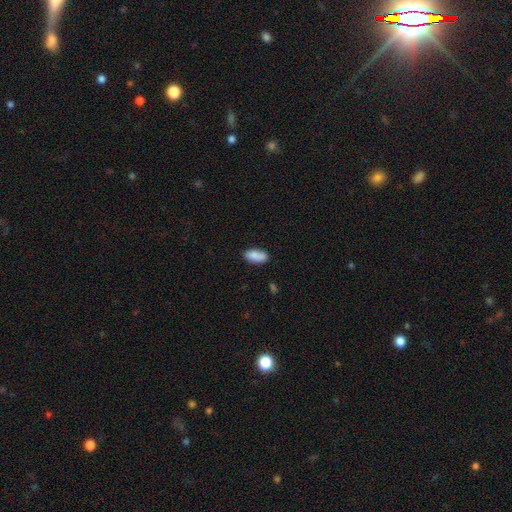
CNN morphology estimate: type=smooth (84%); roundness=in between (90%); merging=none (71%).